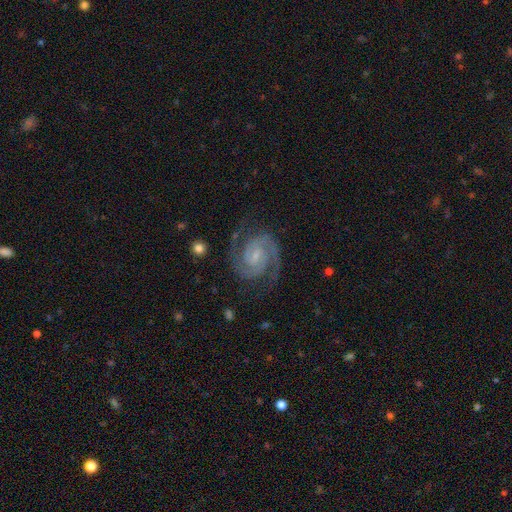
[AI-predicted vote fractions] Smooth or featured? featured or disk (93%)
Edge-on disk? no (98%)
Bar? weak (50%)
Spiral arms? yes (99%)
Spiral winding? tight (51%)
Spiral arm count? 2 (92%)
Bulge size? small (66%)
Merging? none (81%)